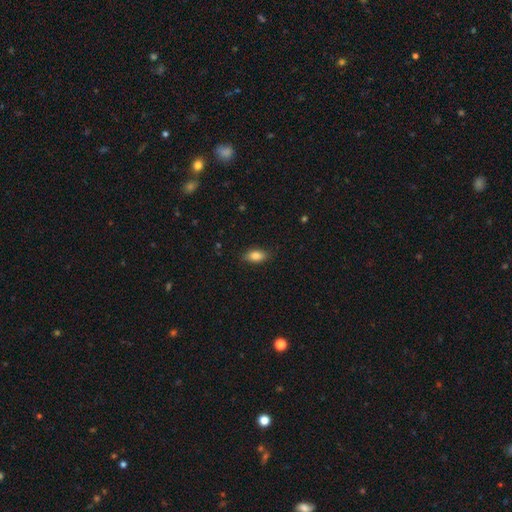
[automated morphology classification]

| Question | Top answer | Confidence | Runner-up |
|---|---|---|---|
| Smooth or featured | smooth | 84% | featured or disk (8%) |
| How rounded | in between | 87% | cigar-shaped (8%) |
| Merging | none | 84% | minor disturbance (12%) |